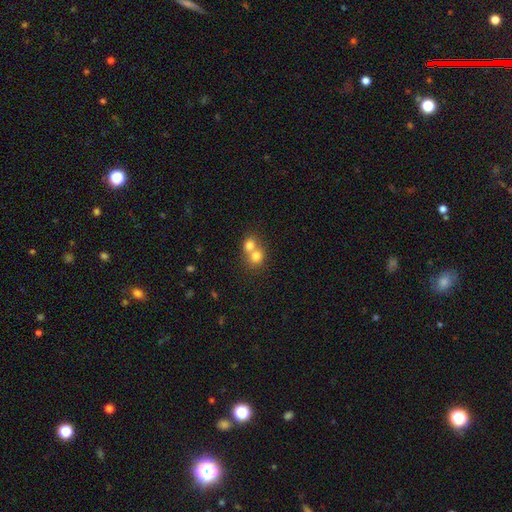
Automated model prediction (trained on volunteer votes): A smooth galaxy with no disk features (75%) that is round (78%). Merging: merger (66%).